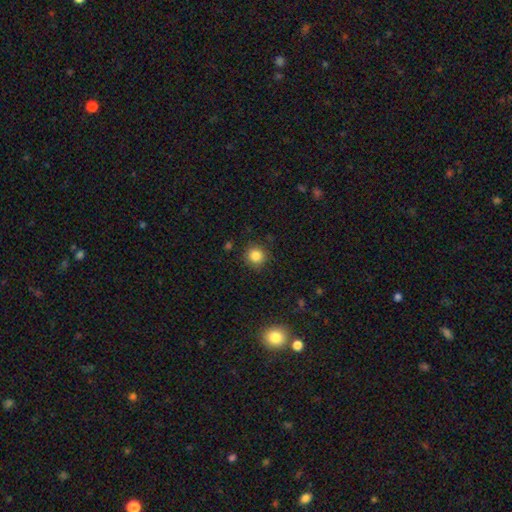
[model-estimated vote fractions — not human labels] Smooth or featured? smooth (84%)
How rounded? round (92%)
Merging? none (88%)